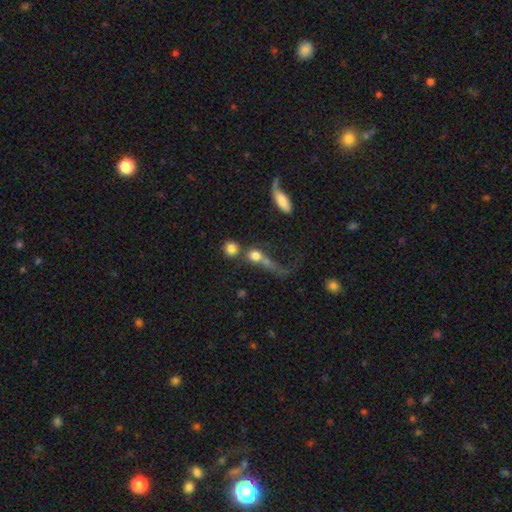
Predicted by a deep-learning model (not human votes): Smooth or featured? smooth (68%)
How rounded? round (62%)
Merging? merger (45%)